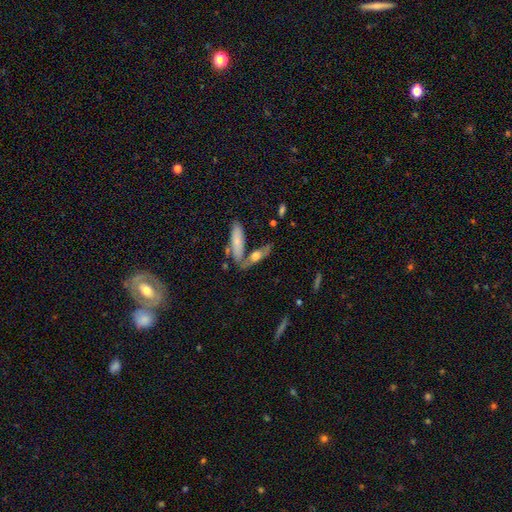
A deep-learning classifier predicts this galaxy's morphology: A smooth galaxy with no disk features (53%) that is cigar-shaped (53%).

Vote fractions:
- Smooth or featured? smooth: 53% / featured or disk: 38% / star or artifact: 9%
- How rounded? cigar-shaped: 53% / in between: 42% / round: 5%
- Merging? none: 54% / merger: 25% / minor disturbance: 15% / major disturbance: 6%